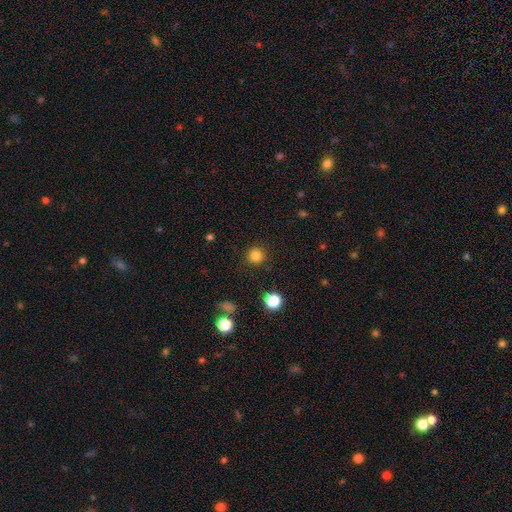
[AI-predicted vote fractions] A smooth galaxy with no disk features (83%) that is round (95%). Merging: none (91%).